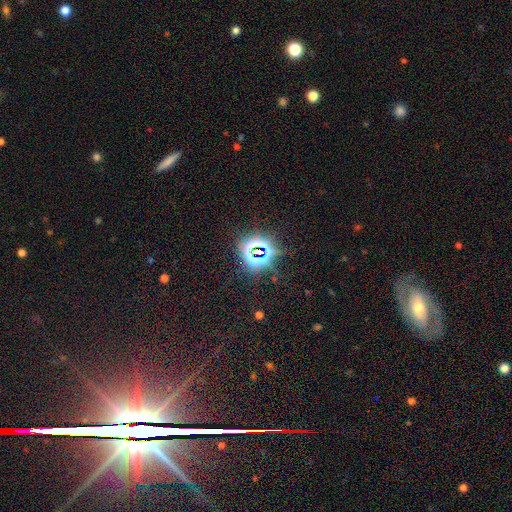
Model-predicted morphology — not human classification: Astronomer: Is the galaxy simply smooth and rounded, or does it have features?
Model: star or artifact — 79%.